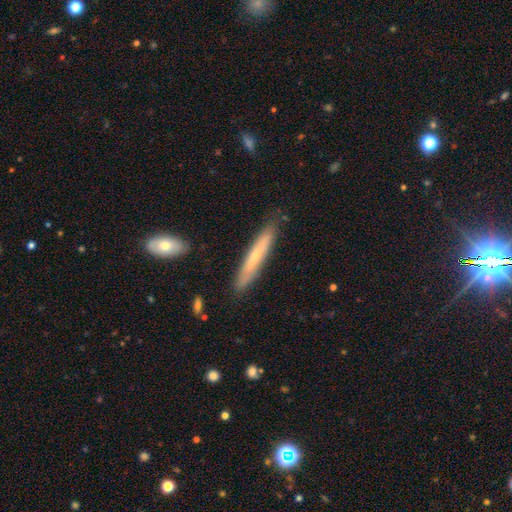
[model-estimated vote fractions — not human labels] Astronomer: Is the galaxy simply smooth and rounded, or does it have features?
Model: smooth — 54% (runner-up: featured or disk, 39%).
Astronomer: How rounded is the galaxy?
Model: cigar-shaped — 94%.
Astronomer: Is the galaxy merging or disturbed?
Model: none — 85%.